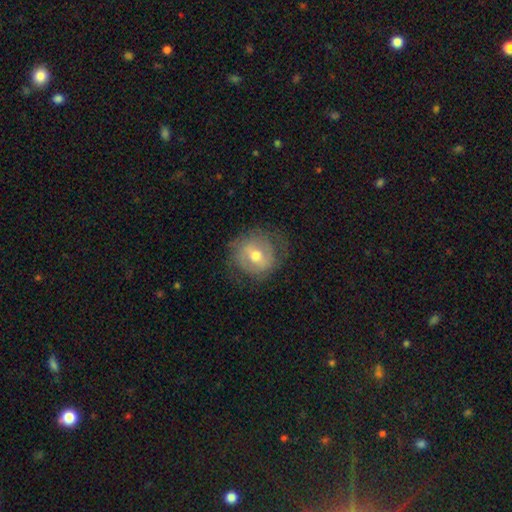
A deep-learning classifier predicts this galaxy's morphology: This appears to be a featured or disk galaxy (55%) with a weak bar (43%), no spiral arms (51%) and a moderate central bulge (75%). Merging: none (71%).